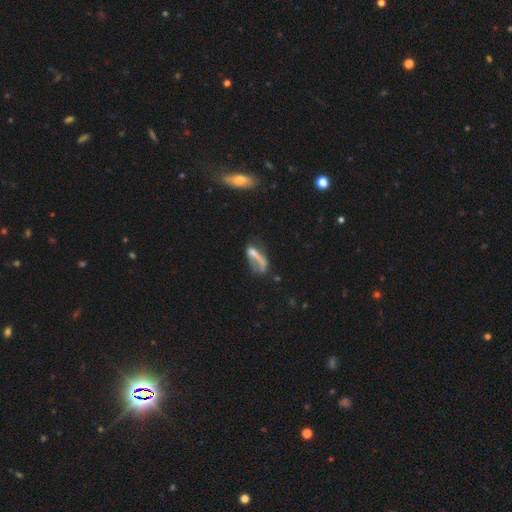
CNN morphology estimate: A smooth galaxy with no disk features (51%) that is in between round and cigar-shaped (55%).

Vote fractions:
- Smooth or featured? smooth: 51% / featured or disk: 37% / star or artifact: 12%
- How rounded? in between: 55% / cigar-shaped: 39% / round: 5%
- Merging? major disturbance: 40% / none: 25% / minor disturbance: 20% / merger: 14%